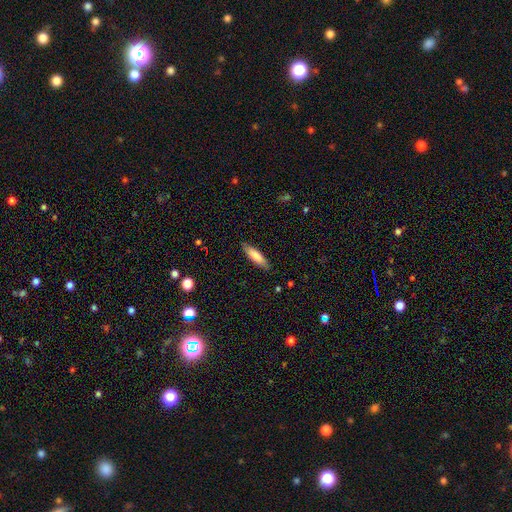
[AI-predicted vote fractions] A smooth galaxy with no disk features (77%) that is cigar-shaped (63%).

Vote fractions:
- Smooth or featured? smooth: 77% / featured or disk: 17% / star or artifact: 6%
- How rounded? cigar-shaped: 63% / in between: 36% / round: 1%
- Merging? none: 86% / minor disturbance: 11% / major disturbance: 2% / merger: 1%